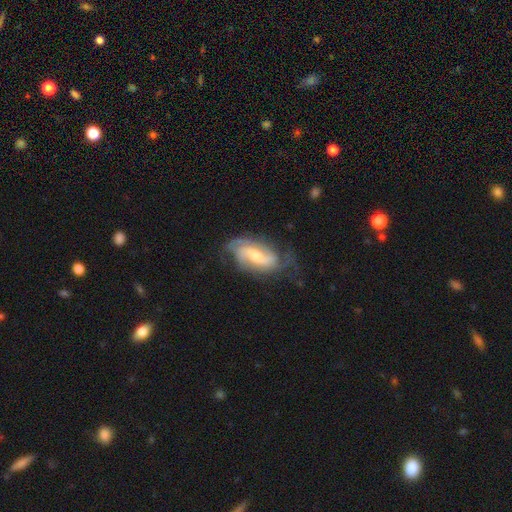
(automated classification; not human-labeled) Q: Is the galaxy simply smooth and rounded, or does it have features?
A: featured or disk — 82%.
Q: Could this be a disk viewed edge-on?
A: no — 95%.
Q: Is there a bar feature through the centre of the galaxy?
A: weak — 44%.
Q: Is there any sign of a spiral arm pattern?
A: yes — 95%.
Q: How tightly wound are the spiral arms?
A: medium — 45%.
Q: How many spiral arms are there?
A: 2 — 56%.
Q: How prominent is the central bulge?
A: moderate — 50%.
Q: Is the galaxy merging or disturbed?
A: none — 62%.